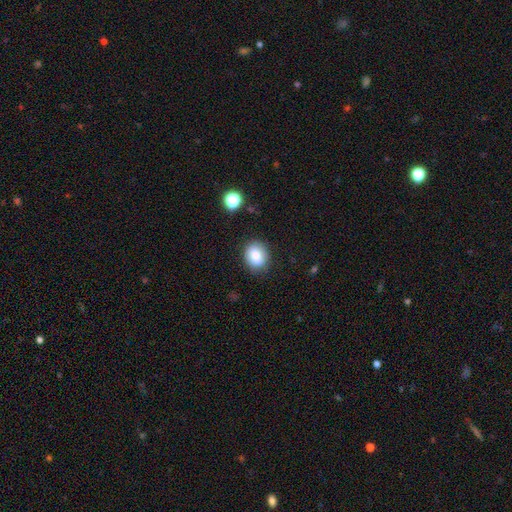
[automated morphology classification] Smooth or featured? Predicted: smooth (p=0.79). How rounded? Predicted: round (p=0.51). Merging? Predicted: none (p=0.84).